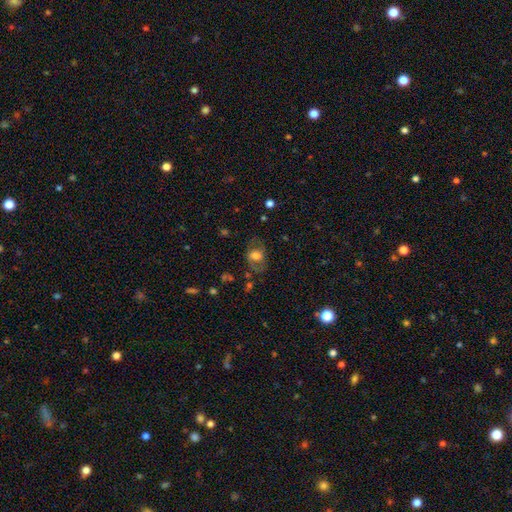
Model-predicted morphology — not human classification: This appears to be a smooth galaxy with no disk features (54%) that is in between round and cigar-shaped (61%). Merging: none (61%).